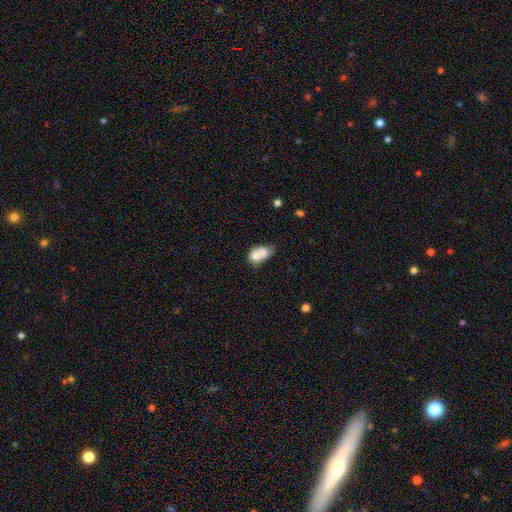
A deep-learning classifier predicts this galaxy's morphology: A smooth galaxy with no disk features (68%) that is in between round and cigar-shaped (65%).

Vote fractions:
- Smooth or featured? smooth: 68% / featured or disk: 24% / star or artifact: 9%
- How rounded? in between: 65% / round: 33% / cigar-shaped: 2%
- Merging? merger: 64% / none: 19% / minor disturbance: 11% / major disturbance: 7%